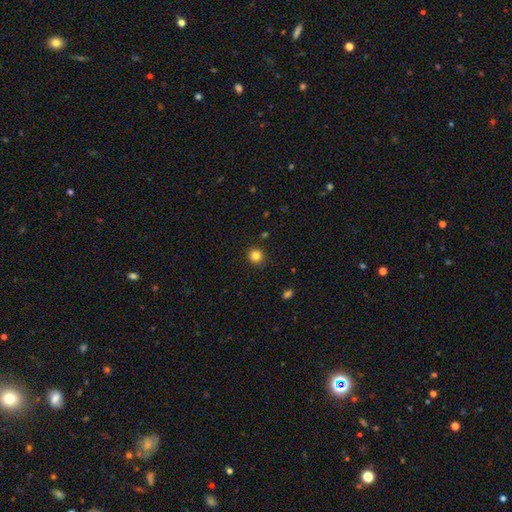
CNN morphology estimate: smooth_or_featured: smooth (p=0.83) [alt: star or artifact p=0.12]
how_rounded: round (p=0.91) [alt: in between p=0.08]
merging: none (p=0.91) [alt: minor disturbance p=0.06]